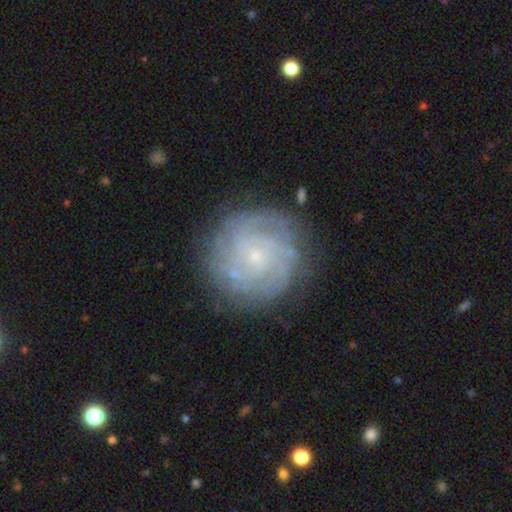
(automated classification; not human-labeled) smooth_or_featured: featured or disk (p=0.78) [alt: smooth p=0.14]
disk_edge_on: no (p=0.98) [alt: yes p=0.02]
bar: no (p=0.78) [alt: weak p=0.19]
has_spiral_arms: yes (p=0.93) [alt: no p=0.07]
spiral_winding: tight (p=0.73) [alt: medium p=0.22]
spiral_arm_count: can't tell (p=0.32) [alt: 4 p=0.26]
bulge_size: small (p=0.85) [alt: moderate p=0.09]
merging: none (p=0.82) [alt: minor disturbance p=0.12]